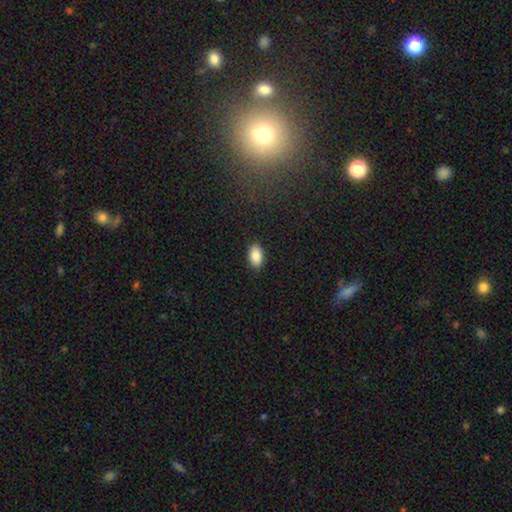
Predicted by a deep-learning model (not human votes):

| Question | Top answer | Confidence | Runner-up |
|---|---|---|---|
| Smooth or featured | smooth | 88% | star or artifact (7%) |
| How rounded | in between | 93% | round (6%) |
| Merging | none | 88% | minor disturbance (9%) |